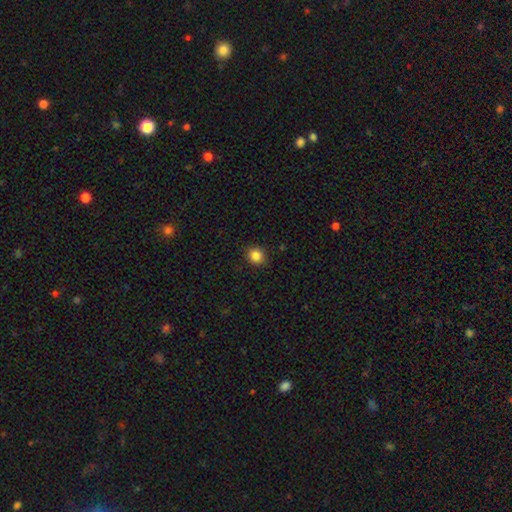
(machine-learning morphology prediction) A smooth galaxy with no disk features (85%) that is round (83%).

Vote fractions:
- Smooth or featured? smooth: 85% / star or artifact: 11% / featured or disk: 4%
- How rounded? round: 83% / in between: 16% / cigar-shaped: 1%
- Merging? none: 90% / minor disturbance: 7% / major disturbance: 2% / merger: 1%